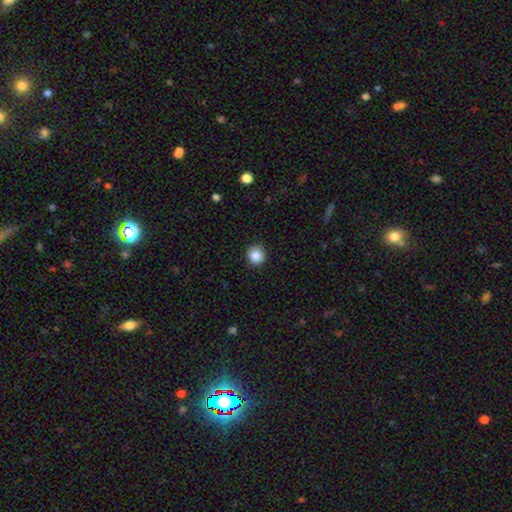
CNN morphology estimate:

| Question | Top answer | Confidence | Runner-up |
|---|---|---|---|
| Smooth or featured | smooth | 87% | star or artifact (9%) |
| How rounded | round | 91% | in between (8%) |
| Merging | none | 90% | minor disturbance (7%) |